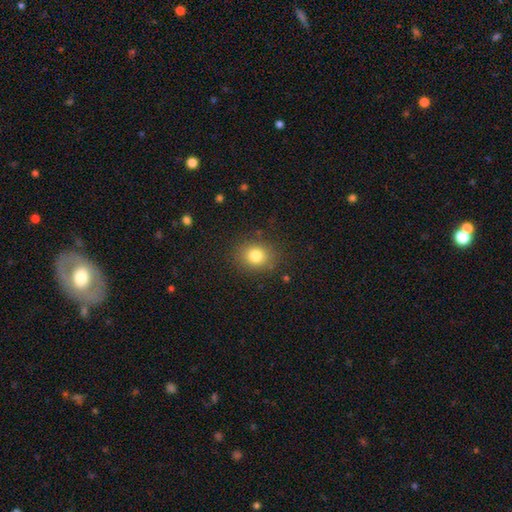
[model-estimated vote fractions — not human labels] Overall: smooth (81%). How rounded: round (65%; in between 34%). Merging: none (86%).